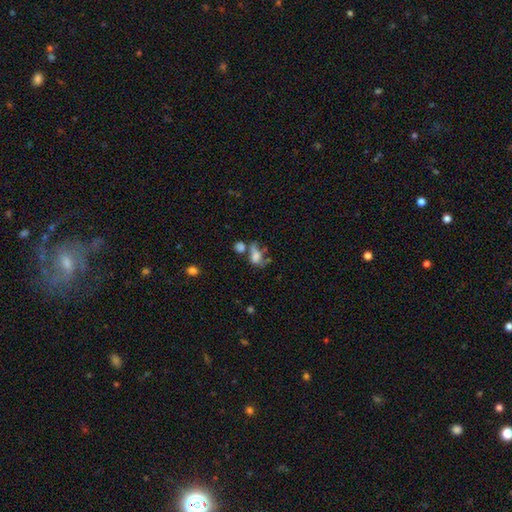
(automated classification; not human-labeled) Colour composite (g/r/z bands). It shows a smooth galaxy with no disk features (62%) that is in between round and cigar-shaped (76%). Merging: merger (40%).